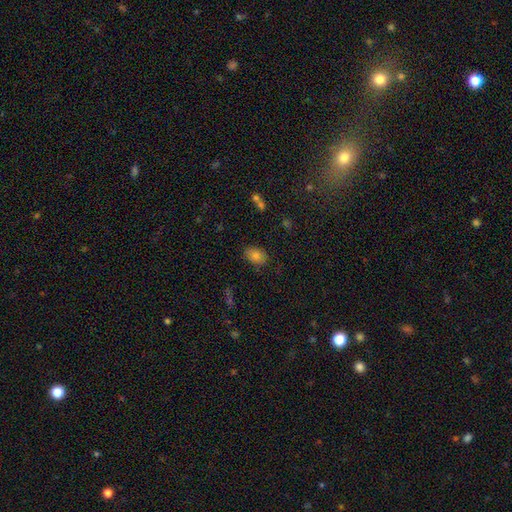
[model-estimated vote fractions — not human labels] Q: Smooth or featured?
A: smooth (80%); runner-up: star or artifact (10%)
Q: How rounded?
A: in between (78%); runner-up: round (21%)
Q: Merging?
A: none (81%); runner-up: minor disturbance (14%)